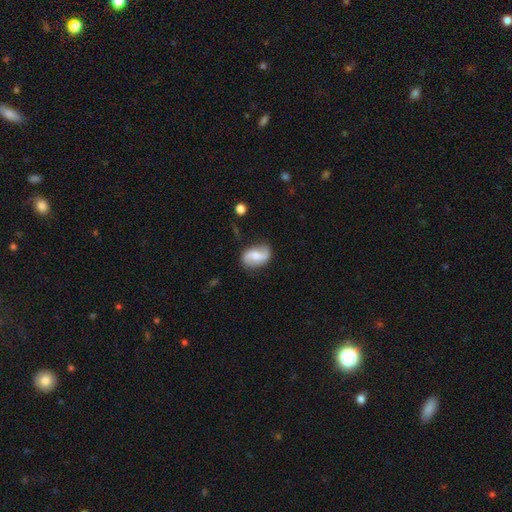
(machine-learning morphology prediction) smooth_or_featured: featured or disk (p=0.63) [alt: smooth p=0.31]
disk_edge_on: no (p=0.96) [alt: yes p=0.04]
bar: weak (p=0.38) [alt: no p=0.37]
has_spiral_arms: yes (p=0.86) [alt: no p=0.14]
spiral_winding: loose (p=0.68) [alt: medium p=0.23]
spiral_arm_count: 2 (p=0.90) [alt: can't tell p=0.04]
bulge_size: moderate (p=0.58) [alt: small p=0.34]
merging: none (p=0.79) [alt: minor disturbance p=0.15]